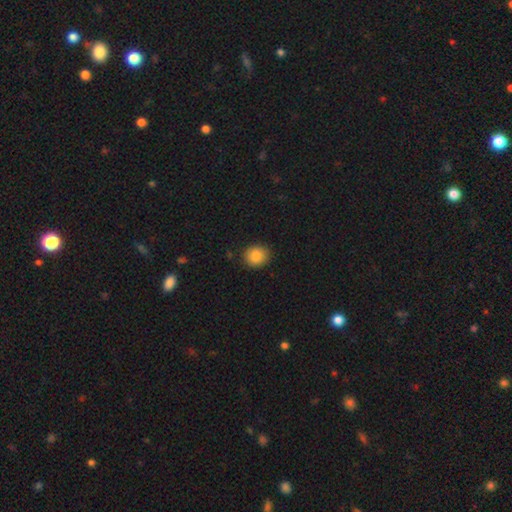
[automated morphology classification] Q: Smooth or featured?
A: smooth (85%); runner-up: star or artifact (9%)
Q: How rounded?
A: round (81%); runner-up: in between (18%)
Q: Merging?
A: none (89%); runner-up: minor disturbance (8%)